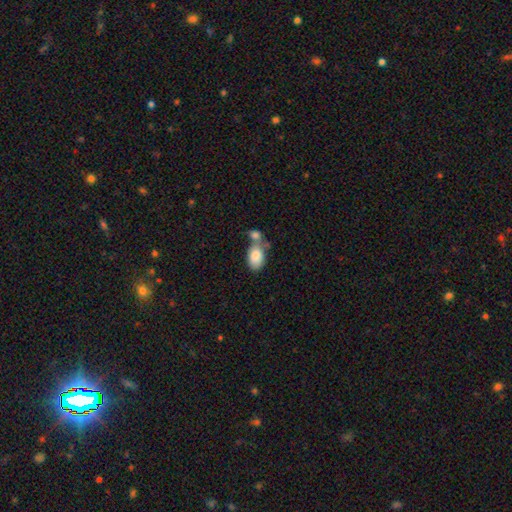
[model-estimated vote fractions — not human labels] smooth 82%, featured or disk 11%, star or artifact 7%. Down the decision tree: how rounded — in between (90%); merging — merger (49%).